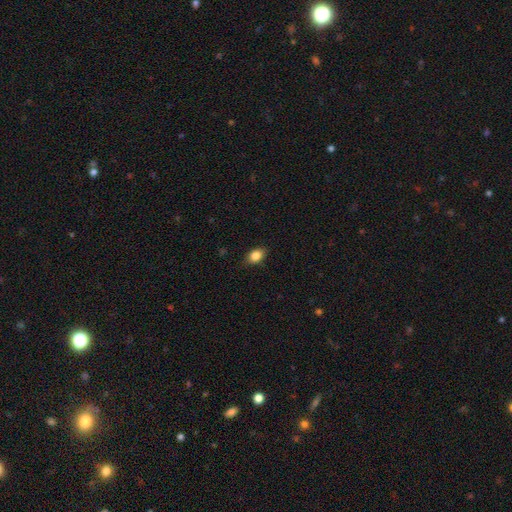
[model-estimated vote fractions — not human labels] This is clearly a smooth galaxy (85%). How rounded: likely in between (77%). Merging: clearly none (84%).